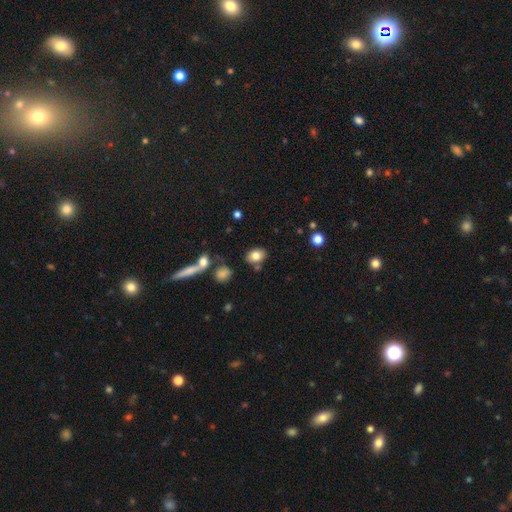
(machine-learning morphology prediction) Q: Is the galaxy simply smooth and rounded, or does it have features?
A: smooth — 81%.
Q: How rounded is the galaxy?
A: in between — 70%.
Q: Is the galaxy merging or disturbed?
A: none — 76%.